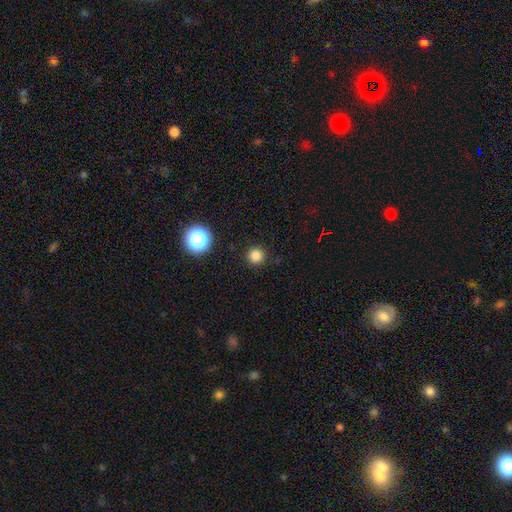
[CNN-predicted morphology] This appears to be a smooth galaxy with no disk features (82%) that is round (96%). Merging: none (92%).